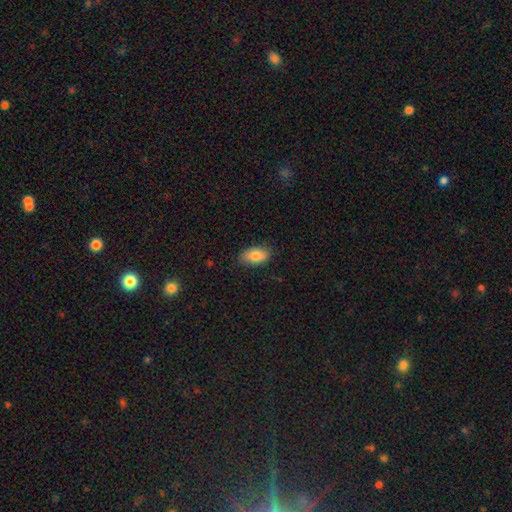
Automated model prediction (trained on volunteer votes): This appears to be a smooth galaxy with no disk features (84%) that is in between round and cigar-shaped (92%). Merging: none (81%).